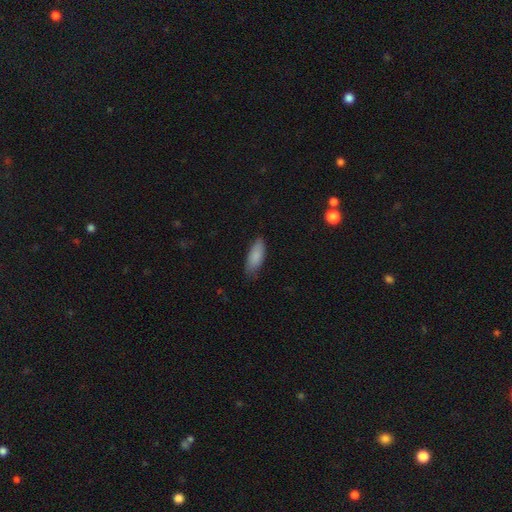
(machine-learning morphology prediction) smooth 87%, featured or disk 7%, star or artifact 6%. Down the decision tree: how rounded — in between (77%); merging — none (74%).